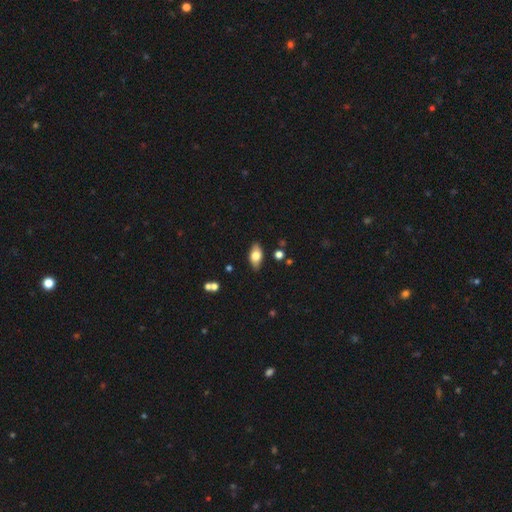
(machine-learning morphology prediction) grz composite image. It shows a smooth galaxy with no disk features (70%) that is in between round and cigar-shaped (88%). Merging: none (85%).